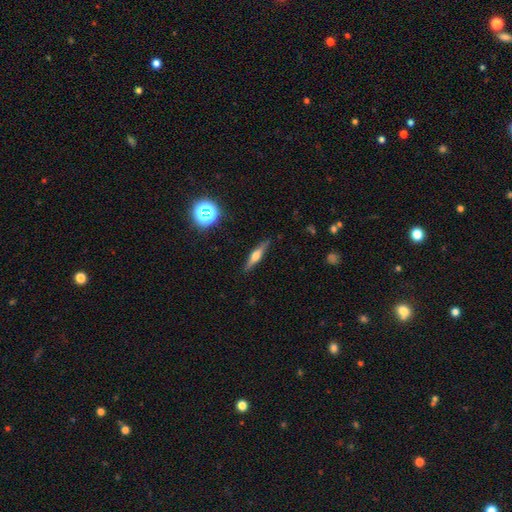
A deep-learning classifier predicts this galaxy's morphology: The model was most divided on "smooth or featured": featured or disk: 56%, smooth: 35%, star or artifact: 9%. More confident: edge-on disk — yes (95%); edge-on bulge — rounded (89%); merging — none (88%).